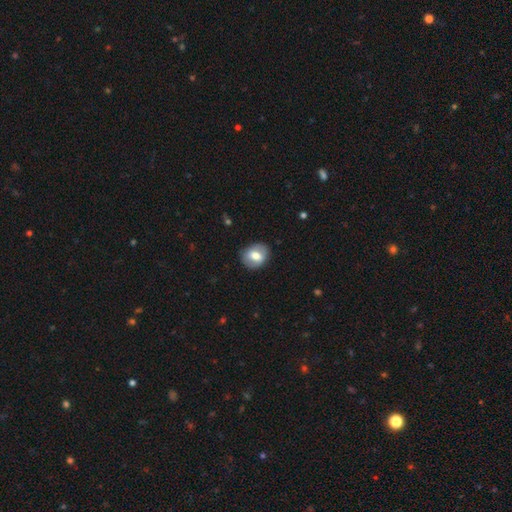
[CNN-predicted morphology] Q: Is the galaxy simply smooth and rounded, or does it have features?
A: smooth — 65%.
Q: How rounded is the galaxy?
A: in between — 51%.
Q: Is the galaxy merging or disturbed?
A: none — 83%.